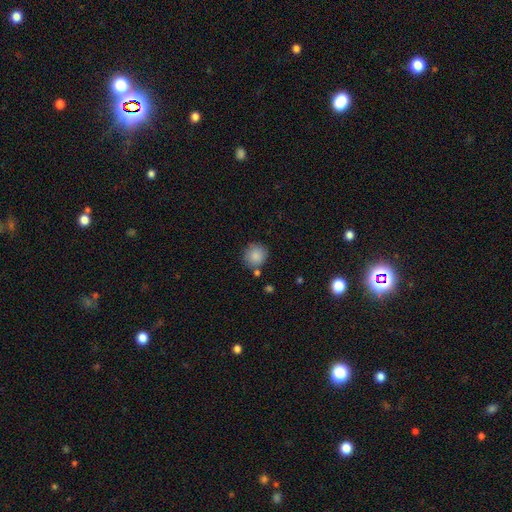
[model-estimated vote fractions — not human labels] Overall: smooth (87%). How rounded: round (90%). Merging: none (79%).